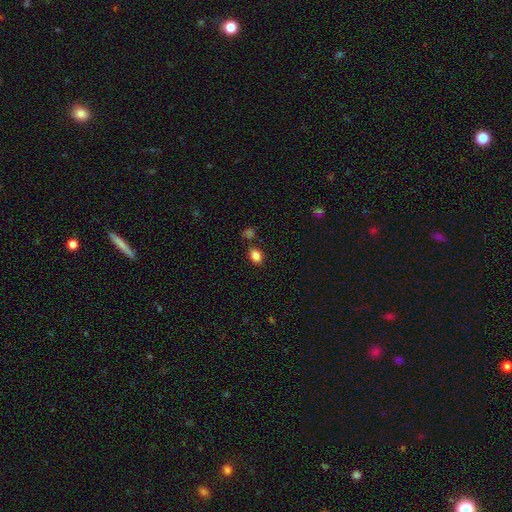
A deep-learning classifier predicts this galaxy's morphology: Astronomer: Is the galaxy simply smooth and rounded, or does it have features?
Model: smooth — 84%.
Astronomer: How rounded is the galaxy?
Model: in between — 75%.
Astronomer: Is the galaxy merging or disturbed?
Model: none — 80%.